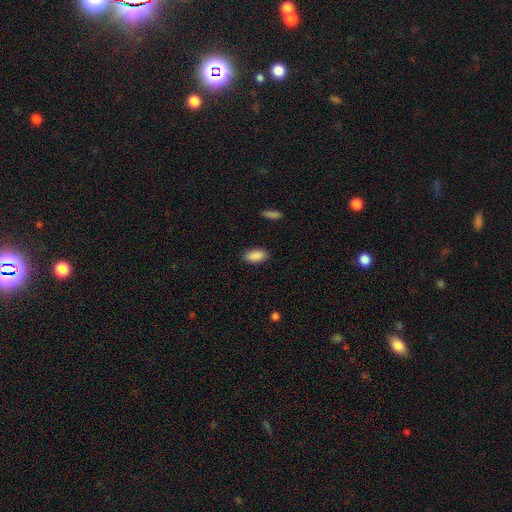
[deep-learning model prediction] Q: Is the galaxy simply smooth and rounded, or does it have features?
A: smooth — 90%.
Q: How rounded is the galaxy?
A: in between — 92%.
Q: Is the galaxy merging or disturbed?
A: none — 87%.